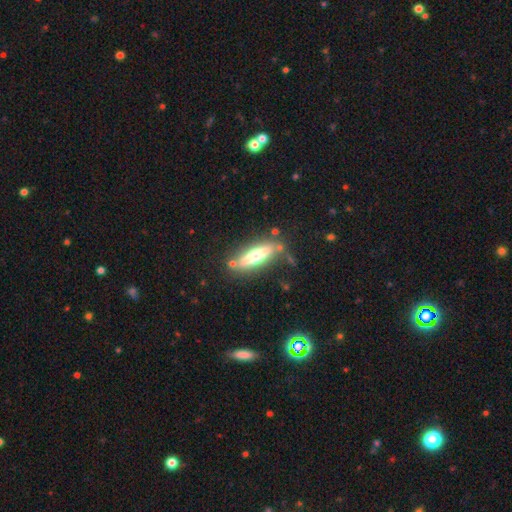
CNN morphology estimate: Smooth or featured?
  - featured or disk: 49% *
  - smooth: 44%
  - star or artifact: 7%
Merging?
  - none: 77% *
  - minor disturbance: 13%
  - merger: 6%
  - major disturbance: 4%